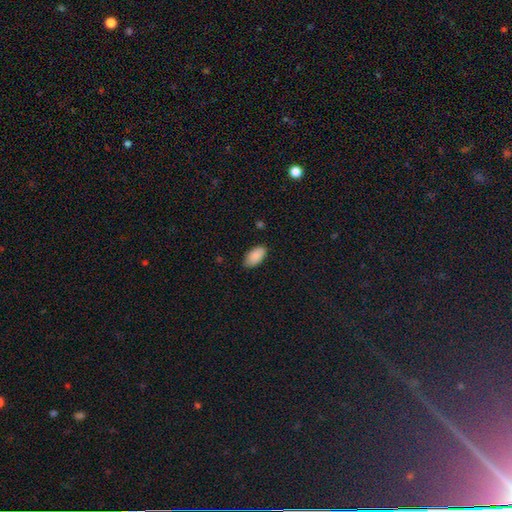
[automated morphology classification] Smooth or featured? Predicted: smooth (p=0.88). How rounded? Predicted: in between (p=0.95). Merging? Predicted: none (p=0.83).